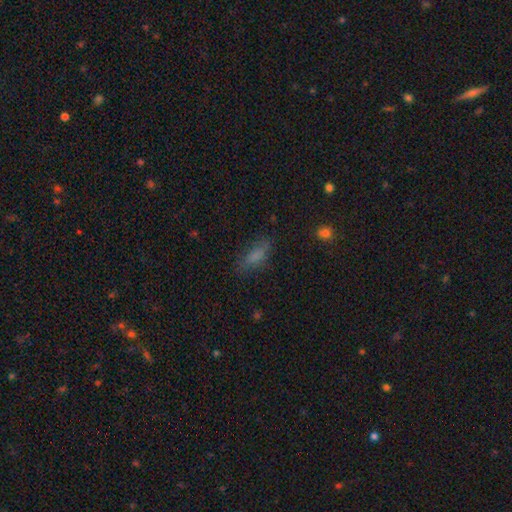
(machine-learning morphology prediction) Smooth or featured? smooth (75%)
How rounded? in between (63%)
Merging? none (71%)